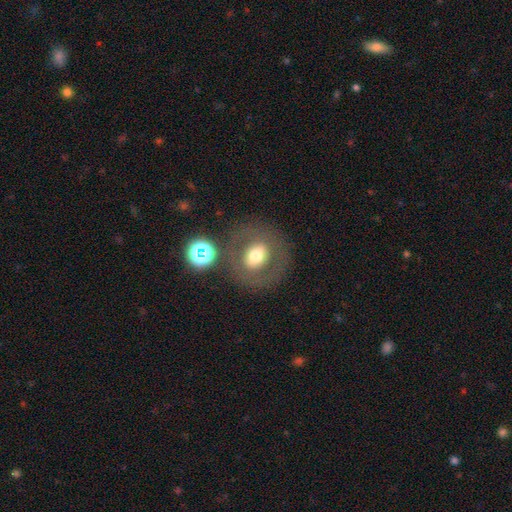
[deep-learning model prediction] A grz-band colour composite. It shows a smooth galaxy with no disk features (57%) that is round (74%). Merging: none (79%).